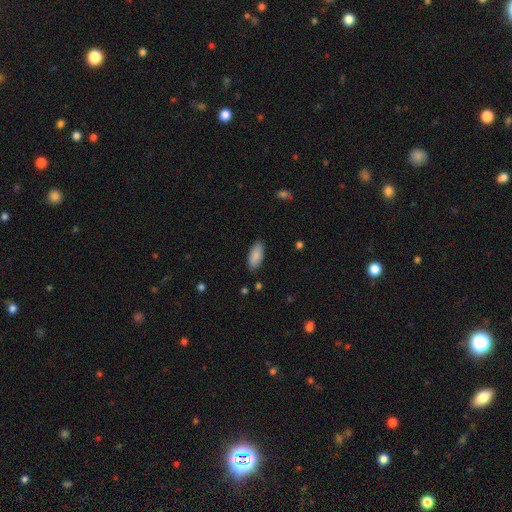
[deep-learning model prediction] A smooth galaxy with no disk features (89%) that is in between round and cigar-shaped (86%).

Vote fractions:
- Smooth or featured? smooth: 89% / star or artifact: 6% / featured or disk: 5%
- How rounded? in between: 86% / cigar-shaped: 13% / round: 2%
- Merging? none: 87% / minor disturbance: 9% / major disturbance: 2% / merger: 1%